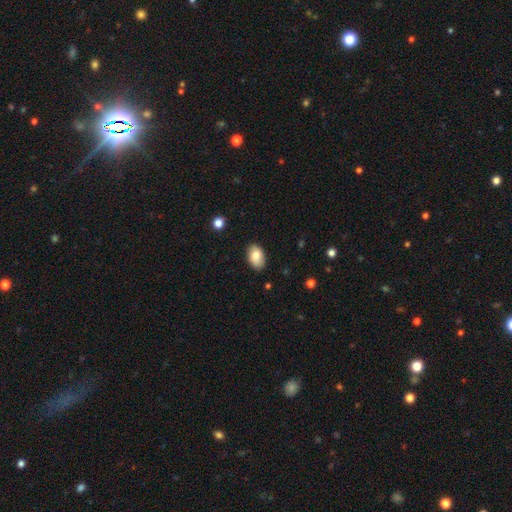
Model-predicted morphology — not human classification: This appears to be a smooth galaxy with no disk features (80%) that is in between round and cigar-shaped (90%). Merging: none (86%).